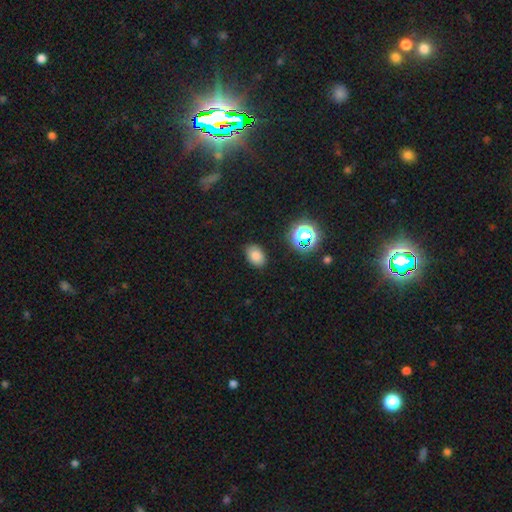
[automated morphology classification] Q: Smooth or featured?
A: smooth (79%); runner-up: star or artifact (14%)
Q: How rounded?
A: in between (80%); runner-up: round (18%)
Q: Merging?
A: none (85%); runner-up: minor disturbance (11%)